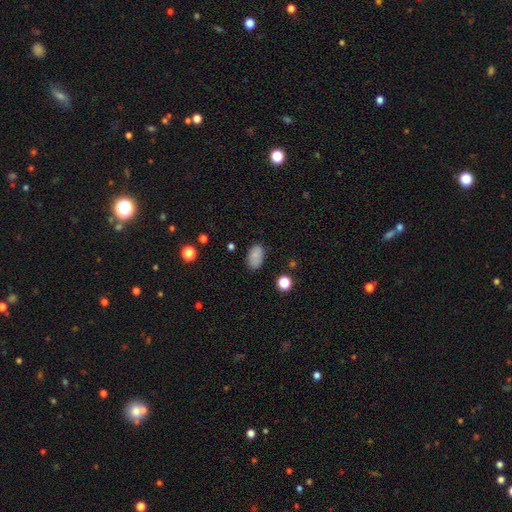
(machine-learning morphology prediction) Q: Smooth or featured?
A: smooth (83%); runner-up: star or artifact (10%)
Q: How rounded?
A: in between (90%); runner-up: round (9%)
Q: Merging?
A: none (80%); runner-up: minor disturbance (15%)